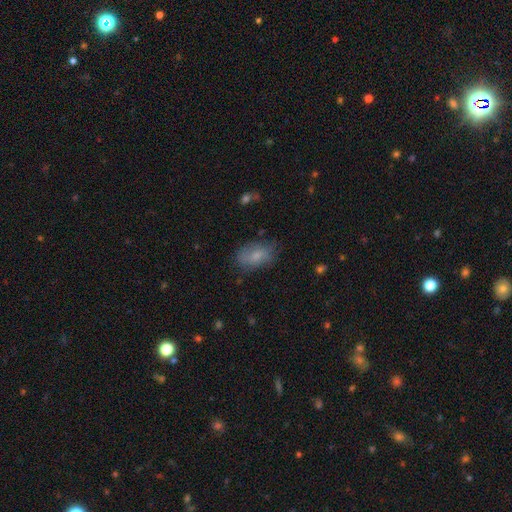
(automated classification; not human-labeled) smooth 72%, featured or disk 20%, star or artifact 9%. Down the decision tree: how rounded — in between (89%); merging — none (68%).